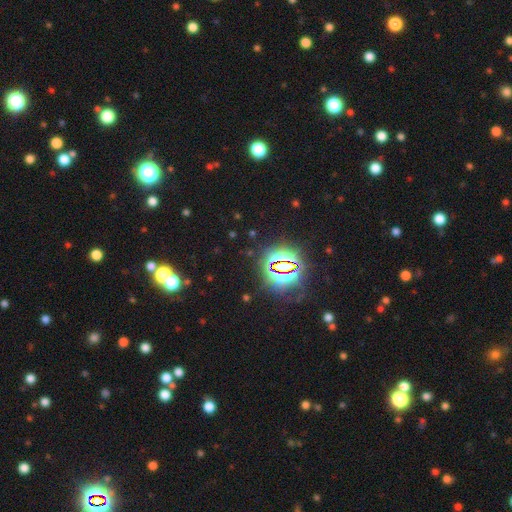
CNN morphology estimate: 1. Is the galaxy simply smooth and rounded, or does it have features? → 80% star or artifact, 12% smooth, 7% featured or disk.